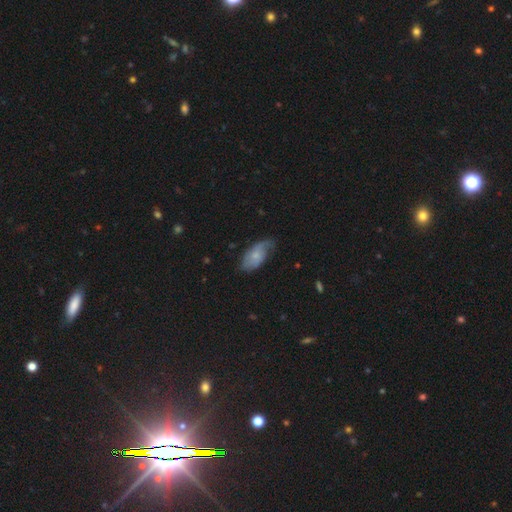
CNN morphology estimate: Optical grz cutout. It shows a smooth galaxy with no disk features (52%) that is in between round and cigar-shaped (92%). Merging: none (52%).